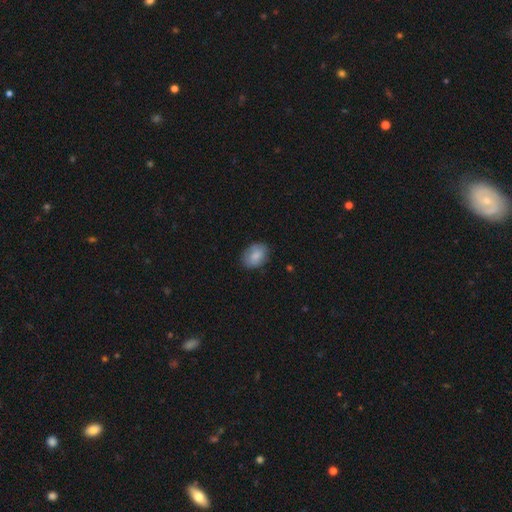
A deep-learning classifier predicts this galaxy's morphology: Smooth or featured: smooth — 80% (featured or disk — 13%)
How rounded: in between — 75% (round — 24%)
Merging: none — 79% (minor disturbance — 17%)